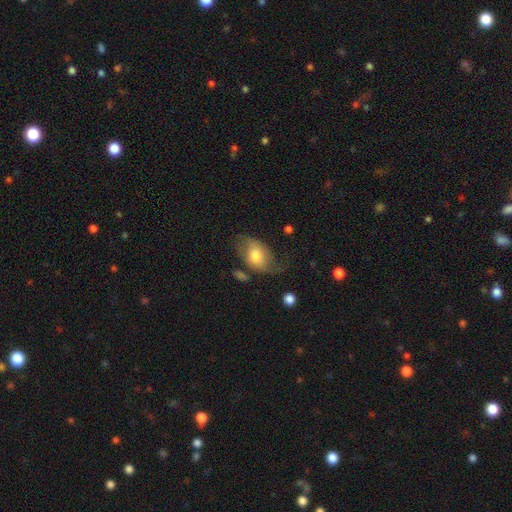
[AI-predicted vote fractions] smooth_or_featured: smooth (p=0.60) [alt: featured or disk p=0.33]
how_rounded: in between (p=0.85) [alt: round p=0.13]
merging: none (p=0.41) [alt: minor disturbance p=0.31]